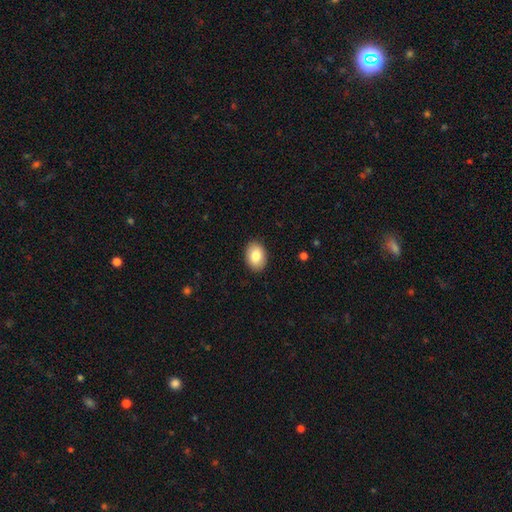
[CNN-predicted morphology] Smooth or featured?
  - smooth: 84% *
  - featured or disk: 9%
  - star or artifact: 7%
How rounded?
  - in between: 82% *
  - round: 17%
  - cigar-shaped: 1%
Merging?
  - none: 90% *
  - minor disturbance: 7%
  - major disturbance: 2%
  - merger: 1%